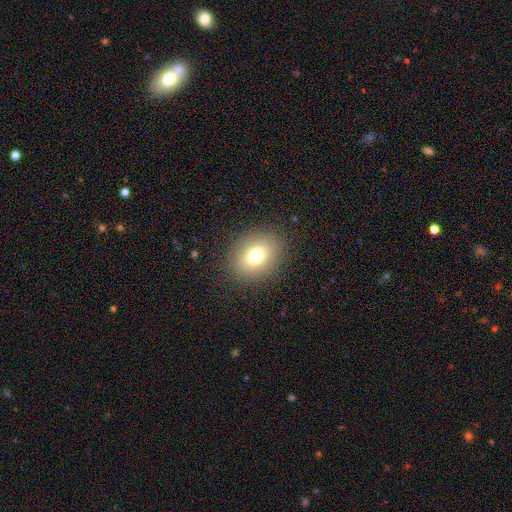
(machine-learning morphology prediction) The model was most divided on "how rounded": in between: 56%, round: 43%, cigar-shaped: 1%. More confident: merging — none (86%); smooth or featured — smooth (75%).